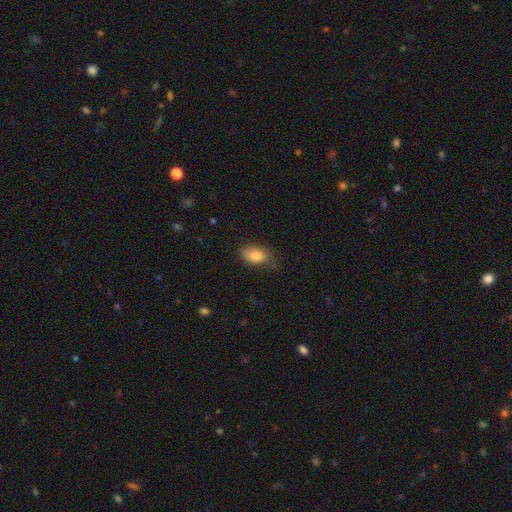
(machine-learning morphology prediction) The model was most divided on "merging": none: 67%, minor disturbance: 25%, major disturbance: 6%, merger: 2%. More confident: how rounded — in between (90%); smooth or featured — smooth (82%).